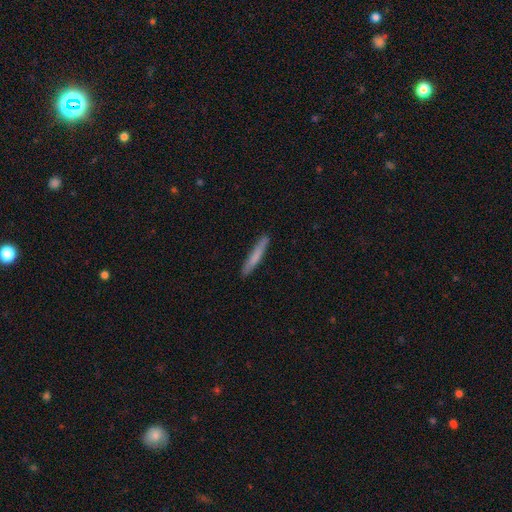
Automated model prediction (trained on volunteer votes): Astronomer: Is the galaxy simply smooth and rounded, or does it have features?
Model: smooth — 71%.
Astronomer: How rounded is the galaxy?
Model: cigar-shaped — 96%.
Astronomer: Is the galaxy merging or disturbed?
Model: none — 90%.